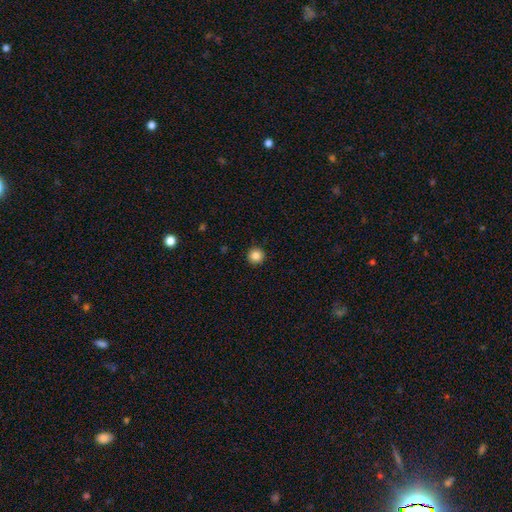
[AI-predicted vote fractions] Smooth or featured? Predicted: smooth (p=0.85). How rounded? Predicted: round (p=0.96). Merging? Predicted: none (p=0.93).